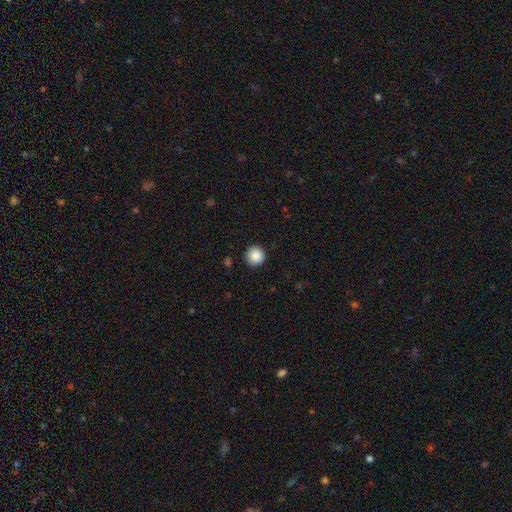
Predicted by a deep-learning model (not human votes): smooth 88%, star or artifact 9%, featured or disk 4%. Down the decision tree: how rounded — round (96%); merging — none (91%).